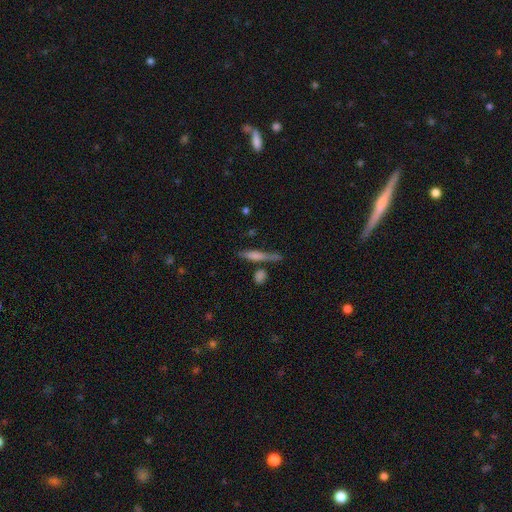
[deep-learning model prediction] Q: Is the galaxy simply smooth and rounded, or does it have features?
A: featured or disk — 47%.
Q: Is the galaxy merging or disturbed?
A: none — 69%.